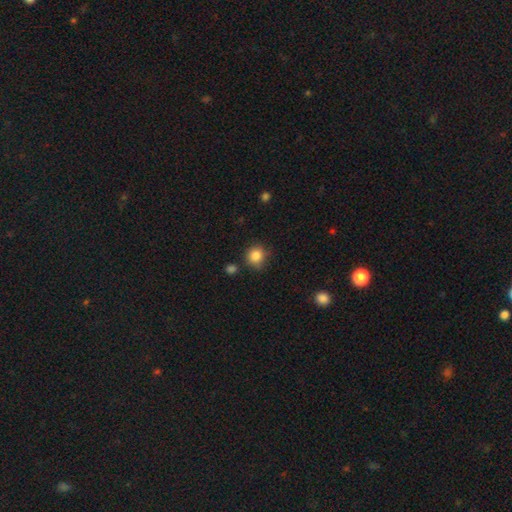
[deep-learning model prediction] smooth_or_featured: smooth (p=0.85) [alt: star or artifact p=0.10]
how_rounded: round (p=0.86) [alt: in between p=0.13]
merging: none (p=0.77) [alt: minor disturbance p=0.15]